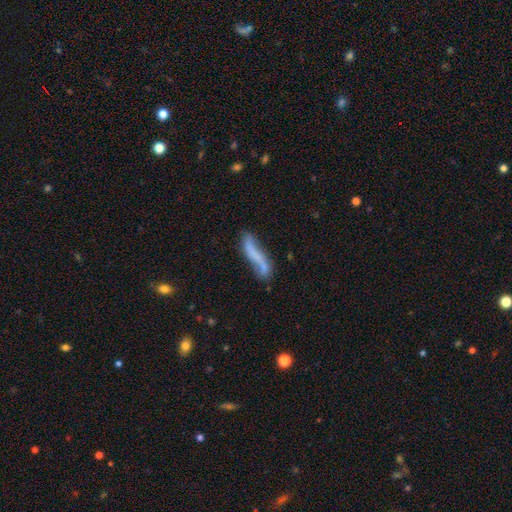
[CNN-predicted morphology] smooth-or-featured: featured or disk: 51% | smooth: 41% | star or artifact: 9%
  disk-edge-on: no: 71% | yes: 29%
  merging: none: 48% | minor disturbance: 27% | major disturbance: 14% | merger: 11%